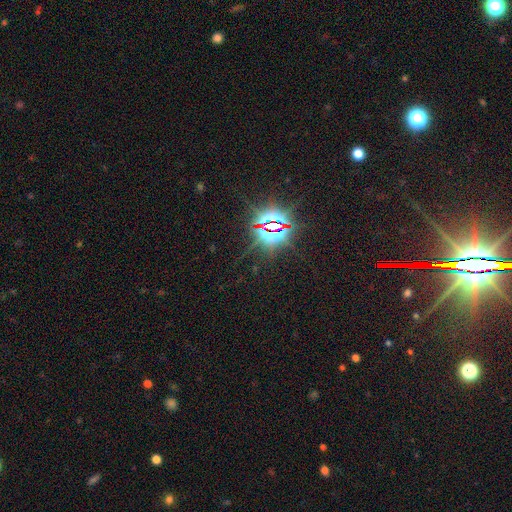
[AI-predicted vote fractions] A star or artifact, not a galaxy (85%).

Vote fractions:
- Smooth or featured? star or artifact: 85% / smooth: 8% / featured or disk: 7%